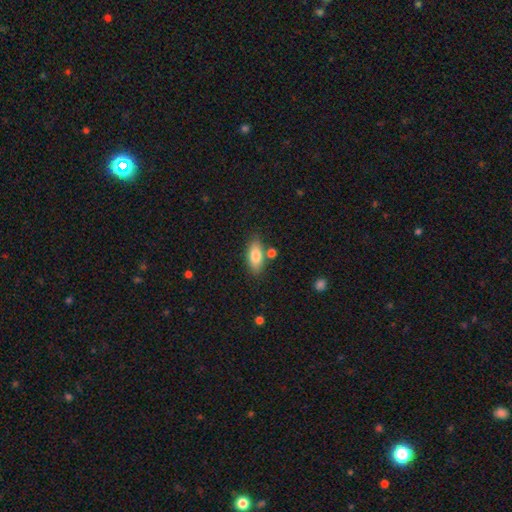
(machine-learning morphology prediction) Smooth or featured? Predicted: smooth (p=0.80). How rounded? Predicted: in between (p=0.83). Merging? Predicted: none (p=0.75).